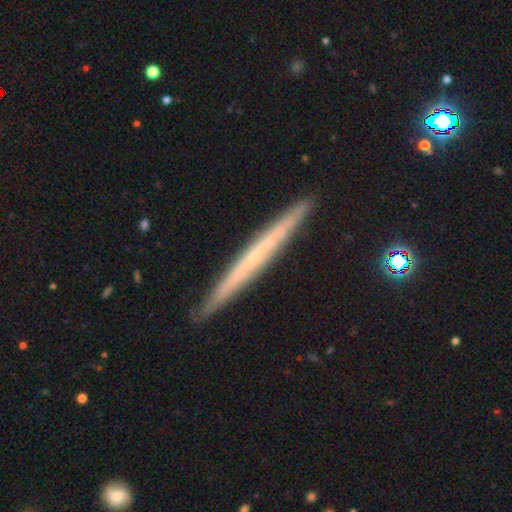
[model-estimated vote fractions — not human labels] Smooth or featured?
  - featured or disk: 62% *
  - smooth: 32%
  - star or artifact: 7%
Edge-on disk?
  - yes: 96% *
  - no: 4%
Edge-on bulge?
  - none: 82% *
  - rounded: 14%
  - boxy: 4%
Merging?
  - none: 91% *
  - minor disturbance: 7%
  - major disturbance: 1%
  - merger: 1%